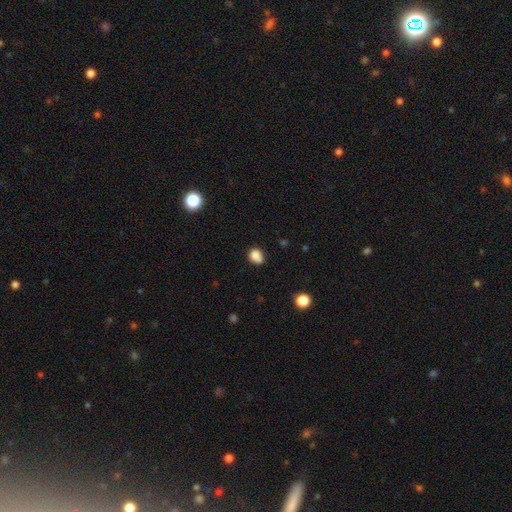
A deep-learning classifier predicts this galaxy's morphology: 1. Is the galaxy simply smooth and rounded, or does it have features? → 81% smooth, 11% star or artifact, 7% featured or disk.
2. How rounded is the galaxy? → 64% round, 35% in between, 1% cigar-shaped.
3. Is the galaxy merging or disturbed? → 55% none, 23% minor disturbance, 16% merger, 6% major disturbance.